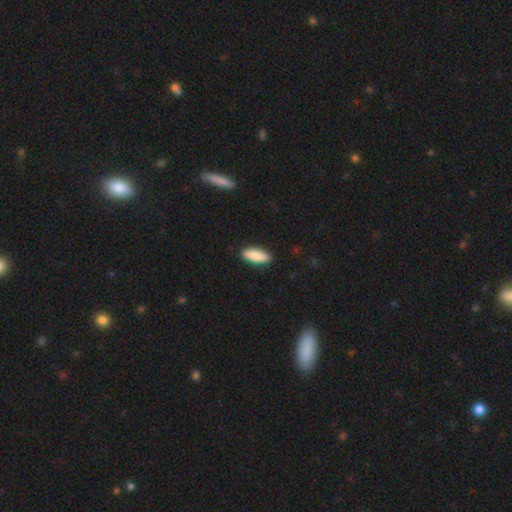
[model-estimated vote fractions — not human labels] The model was most divided on "how rounded": in between: 69%, cigar-shaped: 29%, round: 2%. More confident: merging — none (89%); smooth or featured — smooth (88%).